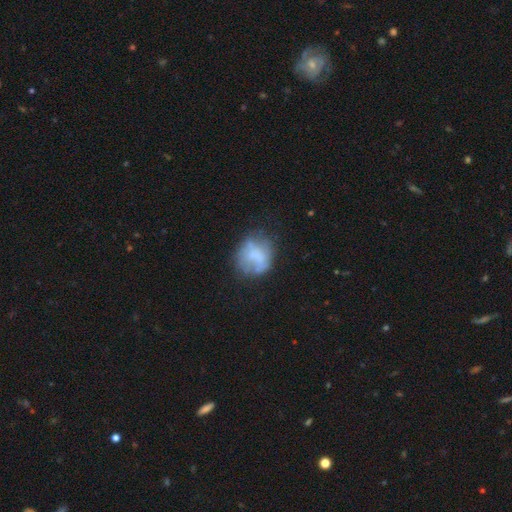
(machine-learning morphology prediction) Smooth or featured? smooth (51%)
How rounded? round (71%)
Merging? none (51%)